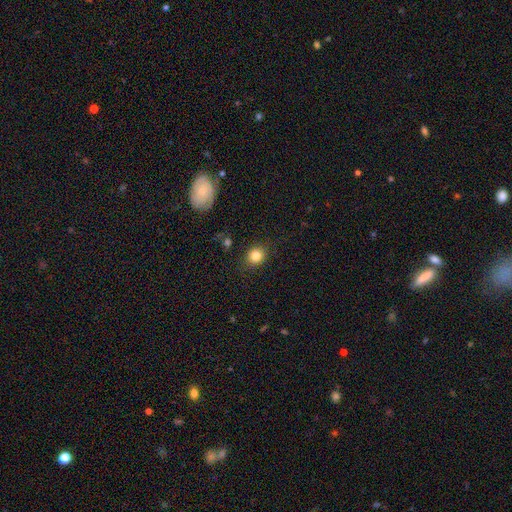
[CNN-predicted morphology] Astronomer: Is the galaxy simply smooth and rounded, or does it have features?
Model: smooth — 82%.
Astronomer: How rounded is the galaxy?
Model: round — 73%.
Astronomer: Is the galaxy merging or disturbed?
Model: none — 84%.